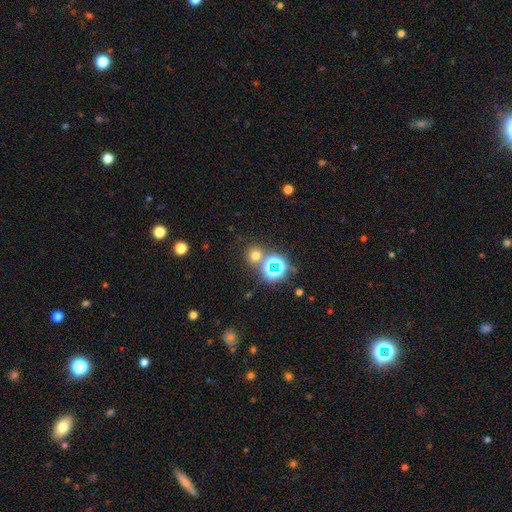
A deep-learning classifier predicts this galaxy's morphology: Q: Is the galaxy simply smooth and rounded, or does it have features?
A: smooth — 59%.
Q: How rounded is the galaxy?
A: round — 89%.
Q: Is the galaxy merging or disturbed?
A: none — 75%.